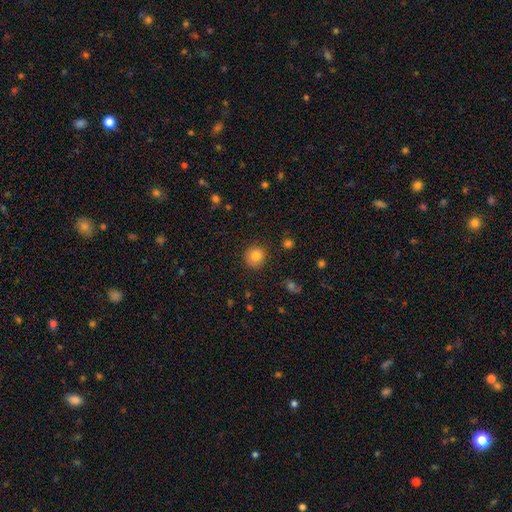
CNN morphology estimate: Q: Smooth or featured?
A: smooth (82%); runner-up: star or artifact (10%)
Q: How rounded?
A: round (91%); runner-up: in between (8%)
Q: Merging?
A: none (87%); runner-up: minor disturbance (10%)